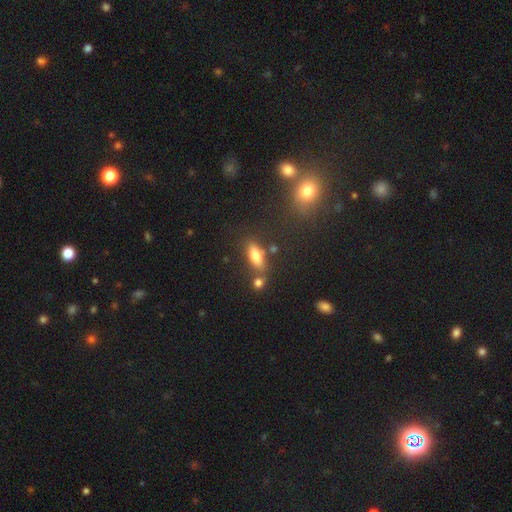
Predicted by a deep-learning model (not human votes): The model was most divided on "how rounded": in between: 71%, cigar-shaped: 25%, round: 5%. More confident: smooth or featured — smooth (75%); merging — none (65%).